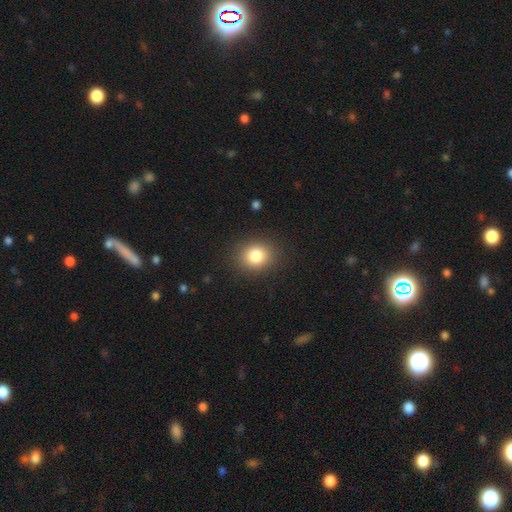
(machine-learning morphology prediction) This is clearly a smooth galaxy (83%). How rounded: likely round (72%). Merging: clearly none (88%).